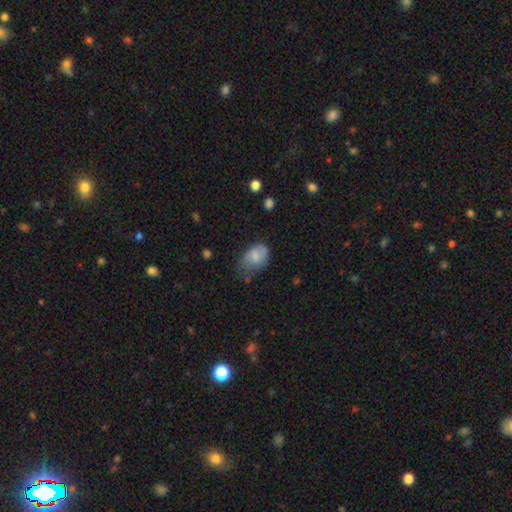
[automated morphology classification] Smooth or featured?
  - smooth: 79% *
  - featured or disk: 13%
  - star or artifact: 8%
How rounded?
  - in between: 81% *
  - round: 18%
  - cigar-shaped: 1%
Merging?
  - minor disturbance: 40% *
  - none: 39%
  - major disturbance: 18%
  - merger: 3%